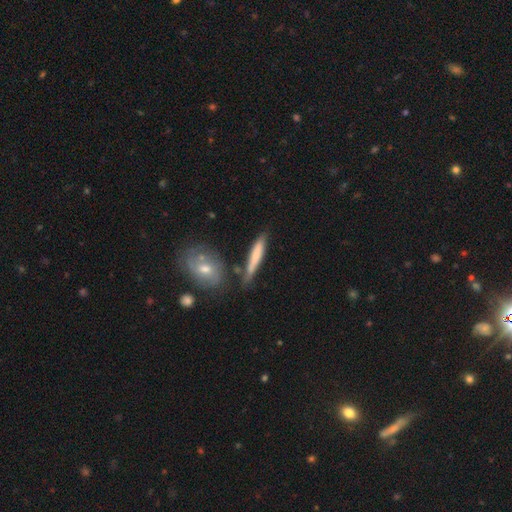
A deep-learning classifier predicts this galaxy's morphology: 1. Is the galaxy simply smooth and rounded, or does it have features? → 66% smooth, 28% featured or disk, 6% star or artifact.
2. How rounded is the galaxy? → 89% cigar-shaped, 9% in between, 2% round.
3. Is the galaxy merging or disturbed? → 69% none, 17% minor disturbance, 9% merger, 5% major disturbance.